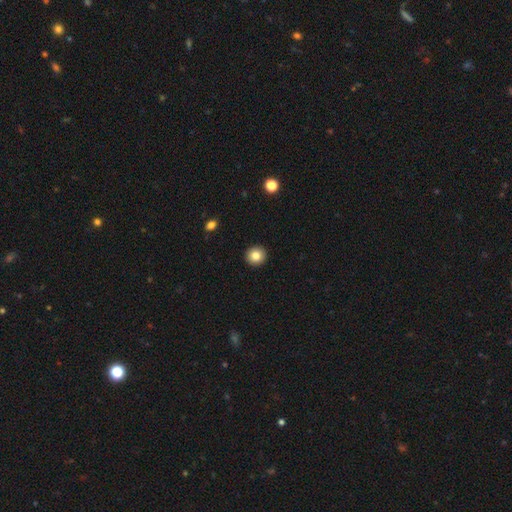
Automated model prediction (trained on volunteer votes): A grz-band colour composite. It shows a smooth galaxy with no disk features (84%) that is round (92%). Merging: none (93%).